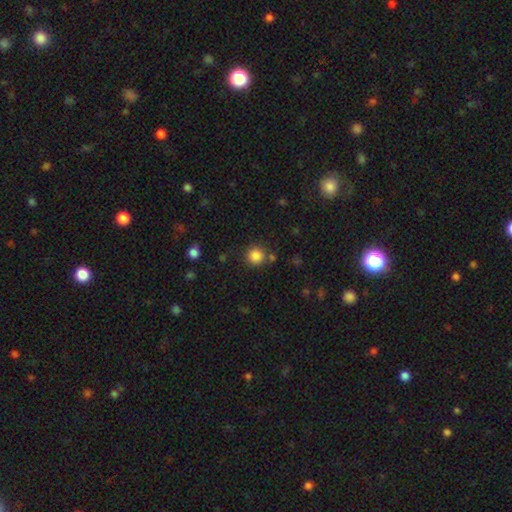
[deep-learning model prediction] Smooth or featured?
  - smooth: 85% *
  - star or artifact: 11%
  - featured or disk: 4%
How rounded?
  - round: 94% *
  - in between: 6%
  - cigar-shaped: 1%
Merging?
  - none: 82% *
  - minor disturbance: 8%
  - merger: 7%
  - major disturbance: 3%